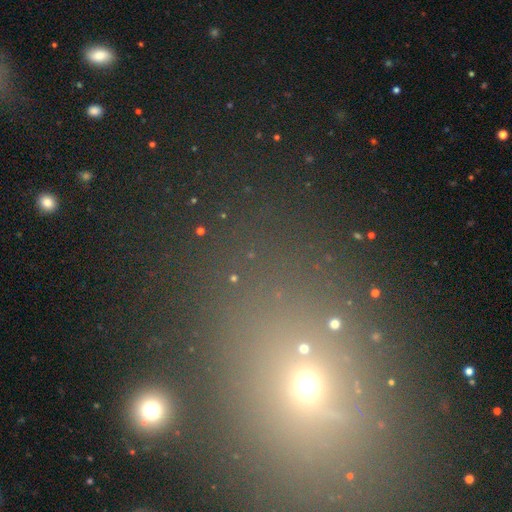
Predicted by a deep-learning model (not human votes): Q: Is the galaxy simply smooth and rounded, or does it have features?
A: star or artifact — 49%.